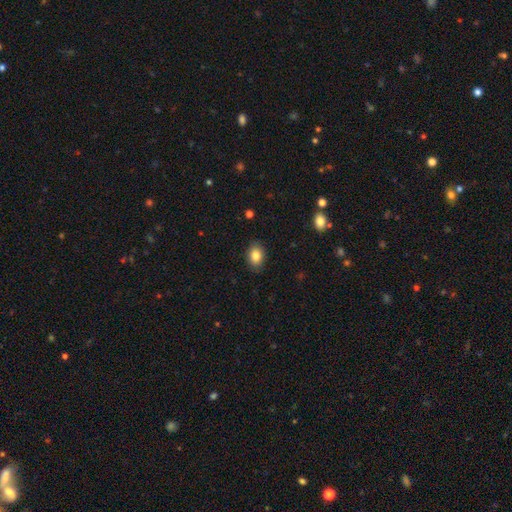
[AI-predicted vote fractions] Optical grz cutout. It shows a smooth galaxy with no disk features (84%) that is in between round and cigar-shaped (78%). Merging: none (87%).